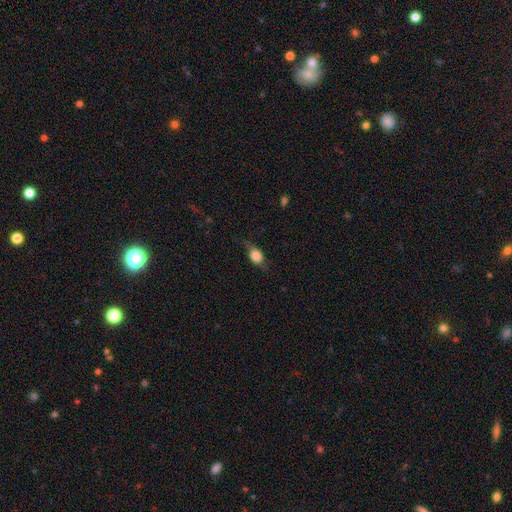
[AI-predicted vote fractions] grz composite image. It shows a smooth galaxy with no disk features (70%) that is in between round and cigar-shaped (68%). Merging: none (61%).